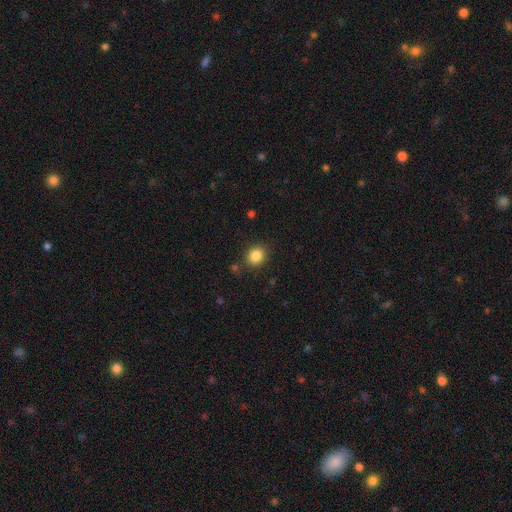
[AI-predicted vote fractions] Smooth or featured? Predicted: smooth (p=0.85). How rounded? Predicted: round (p=0.72). Merging? Predicted: none (p=0.84).